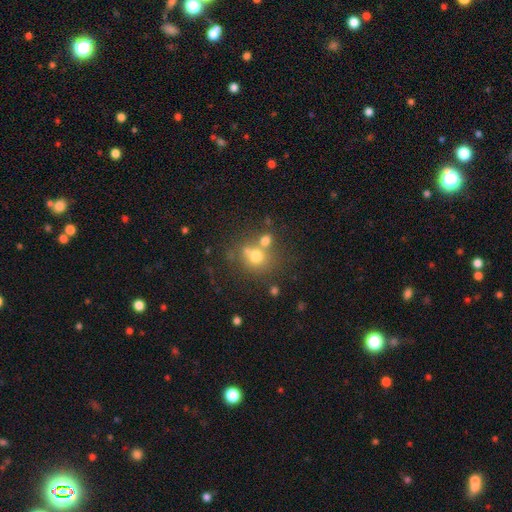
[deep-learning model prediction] The model was most divided on "merging": none: 51%, merger: 35%, minor disturbance: 10%, major disturbance: 5%. More confident: how rounded — round (77%); smooth or featured — smooth (67%).